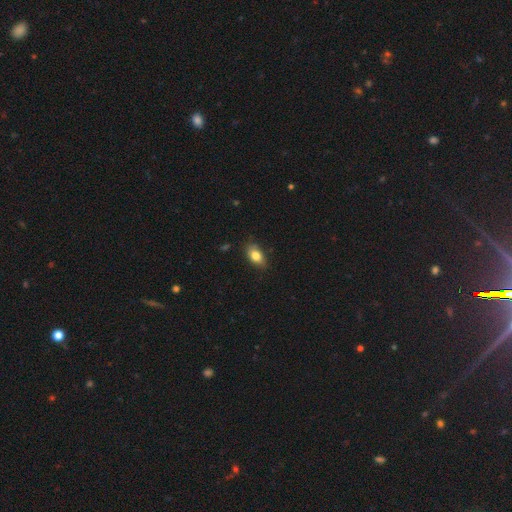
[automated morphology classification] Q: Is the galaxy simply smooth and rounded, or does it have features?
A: smooth — 82%.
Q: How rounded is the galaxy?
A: in between — 87%.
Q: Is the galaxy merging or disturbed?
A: none — 80%.